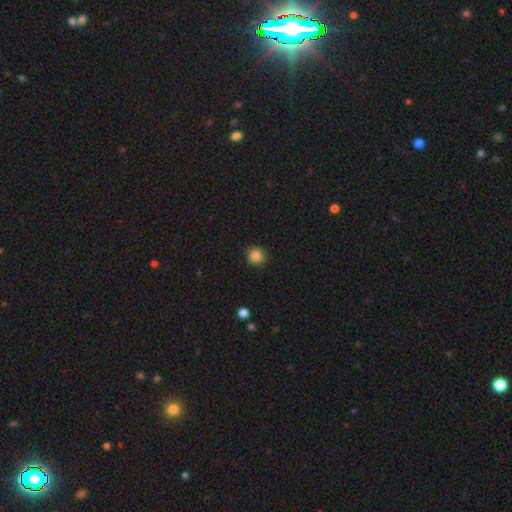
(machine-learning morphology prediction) A smooth galaxy with no disk features (86%) that is round (94%). Merging: none (92%).